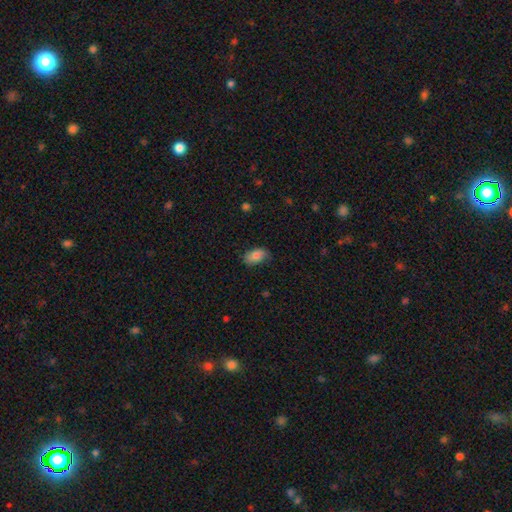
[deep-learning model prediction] Morphology: type=smooth (81%); roundness=in between (92%); merging=none (71%).